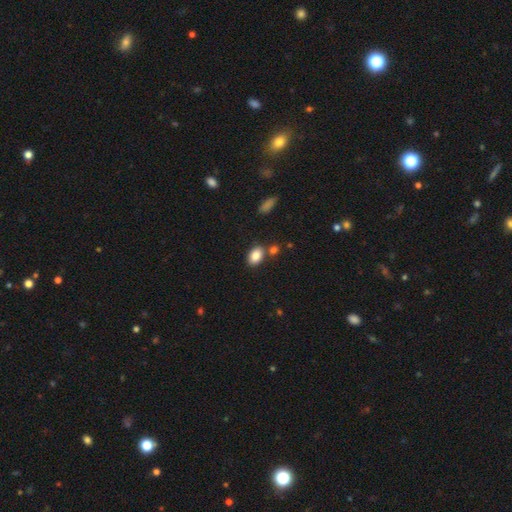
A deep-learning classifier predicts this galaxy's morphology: Smooth or featured?
  - smooth: 85% *
  - star or artifact: 8%
  - featured or disk: 7%
How rounded?
  - in between: 86% *
  - round: 13%
  - cigar-shaped: 1%
Merging?
  - none: 73% *
  - merger: 13%
  - minor disturbance: 11%
  - major disturbance: 3%